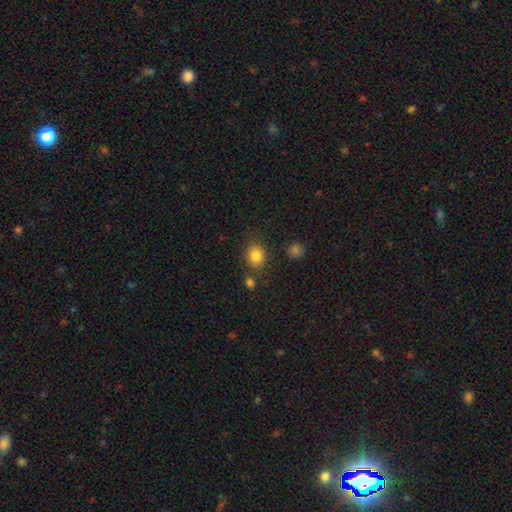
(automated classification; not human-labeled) A smooth galaxy with no disk features (84%) that is round (59%).

Vote fractions:
- Smooth or featured? smooth: 84% / star or artifact: 11% / featured or disk: 6%
- How rounded? round: 59% / in between: 40% / cigar-shaped: 1%
- Merging? none: 76% / minor disturbance: 13% / merger: 7% / major disturbance: 4%